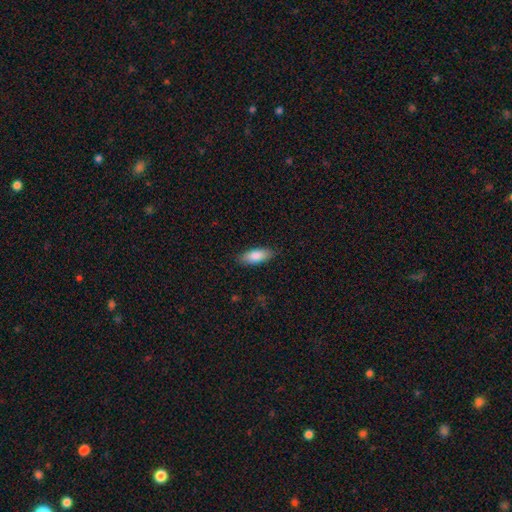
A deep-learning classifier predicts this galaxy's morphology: type=smooth (86%); roundness=in between (80%); merging=none (87%).